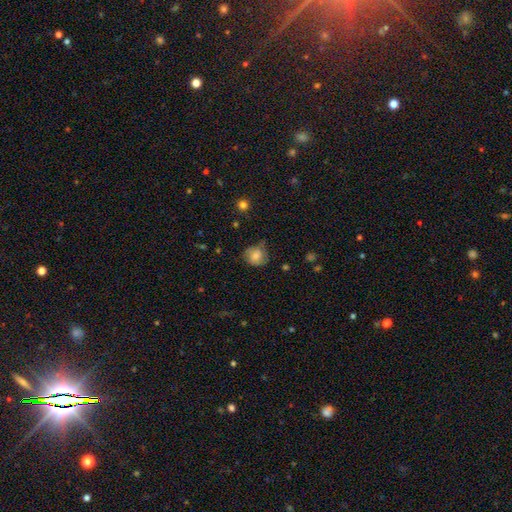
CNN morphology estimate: smooth_or_featured: smooth (p=0.70) [alt: featured or disk p=0.21]
how_rounded: round (p=0.78) [alt: in between p=0.21]
merging: none (p=0.58) [alt: minor disturbance p=0.30]